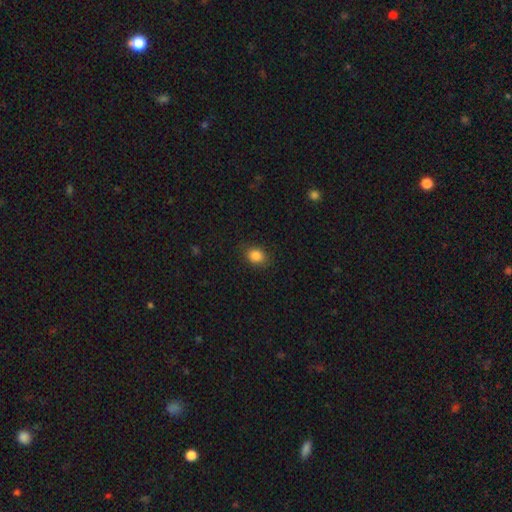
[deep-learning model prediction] This appears to be a smooth galaxy with no disk features (86%) that is in between round and cigar-shaped (50%). Merging: none (86%).